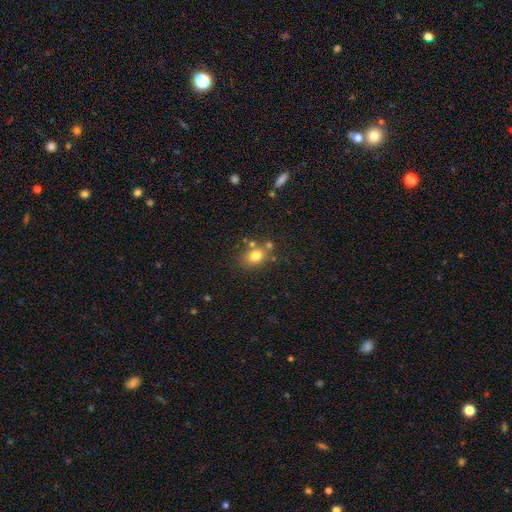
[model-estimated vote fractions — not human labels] Smooth or featured: smooth — 77% (star or artifact — 12%)
How rounded: in between — 57% (round — 42%)
Merging: none — 64% (merger — 17%)